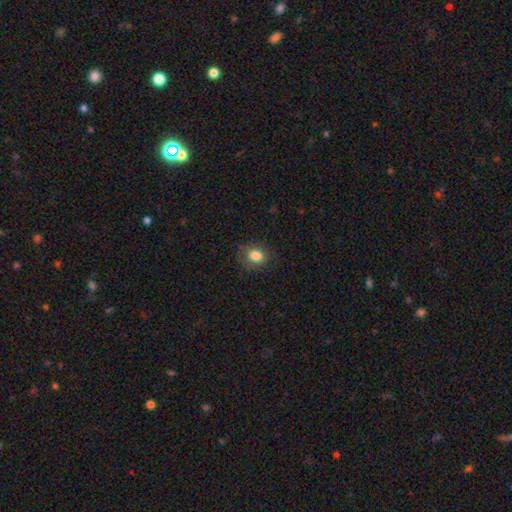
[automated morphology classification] smooth-or-featured: smooth: 82% | star or artifact: 9% | featured or disk: 9%
  how-rounded: in between: 51% | round: 48% | cigar-shaped: 1%
  merging: none: 77% | minor disturbance: 17% | major disturbance: 6% | merger: 1%